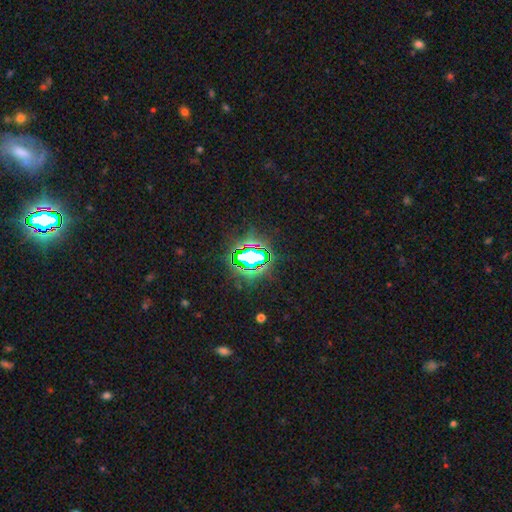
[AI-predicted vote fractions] Smooth or featured? star or artifact (81%)